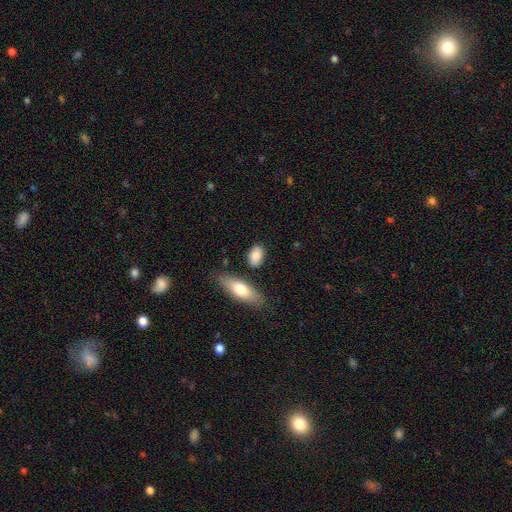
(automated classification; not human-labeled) This is clearly a smooth galaxy (84%). How rounded: clearly in between (82%). Merging: likely none (78%).